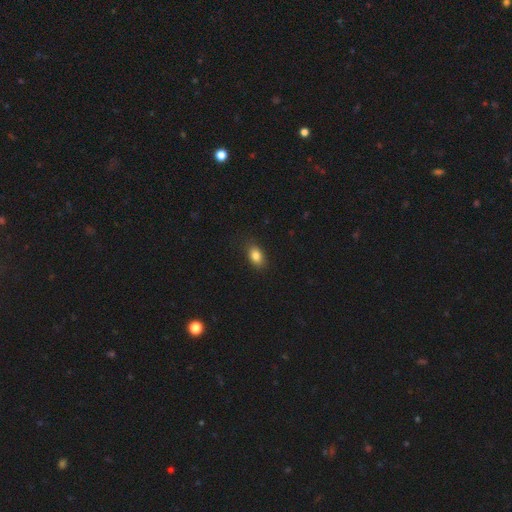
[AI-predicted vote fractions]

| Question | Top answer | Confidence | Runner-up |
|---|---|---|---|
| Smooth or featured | smooth | 84% | star or artifact (9%) |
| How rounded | in between | 84% | round (13%) |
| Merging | none | 84% | minor disturbance (12%) |